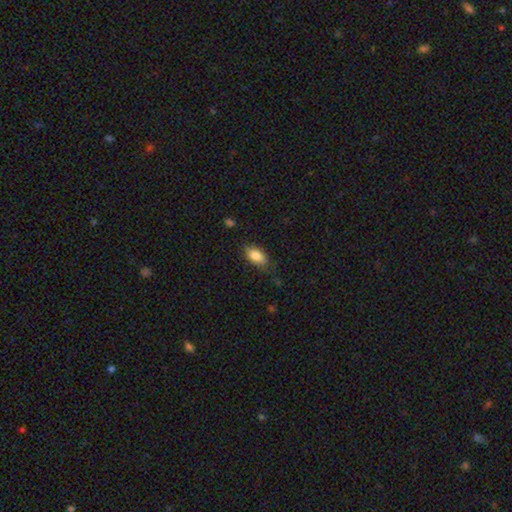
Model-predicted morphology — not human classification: This is clearly a smooth galaxy (85%). How rounded: clearly in between (90%). Merging: likely none (76%).